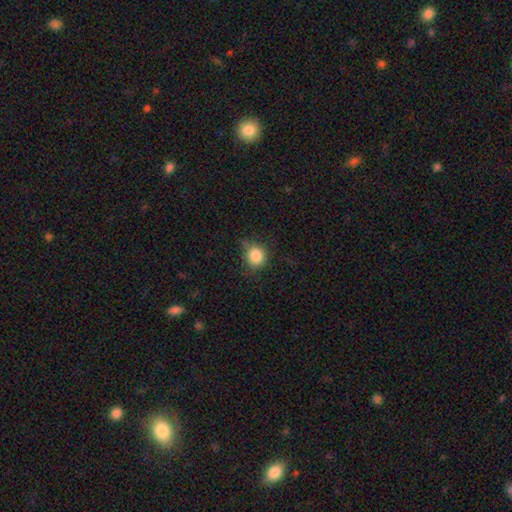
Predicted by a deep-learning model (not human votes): The model was most divided on "merging": none: 67%, minor disturbance: 26%, major disturbance: 6%, merger: 2%. More confident: how rounded — round (84%); smooth or featured — smooth (84%).